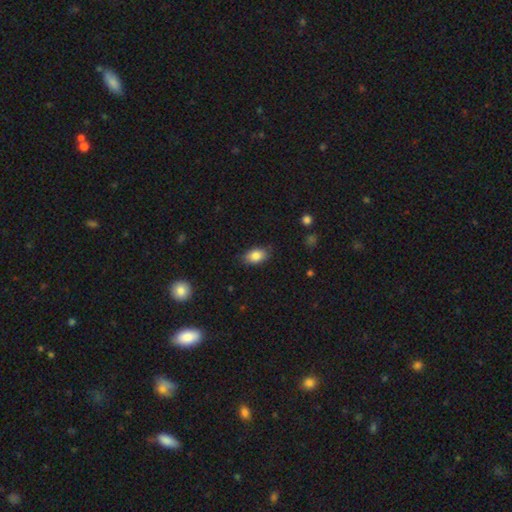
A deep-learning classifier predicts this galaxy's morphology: A smooth galaxy with no disk features (84%) that is in between round and cigar-shaped (89%). Merging: none (82%).